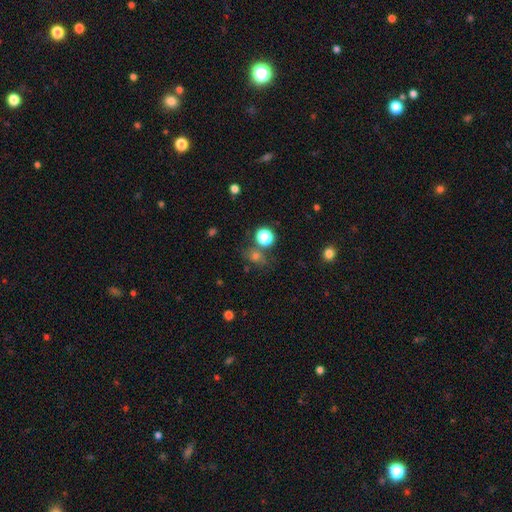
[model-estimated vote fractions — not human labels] smooth_or_featured: smooth (p=0.54) [alt: star or artifact p=0.35]
how_rounded: round (p=0.74) [alt: in between p=0.24]
merging: none (p=0.68) [alt: minor disturbance p=0.13]